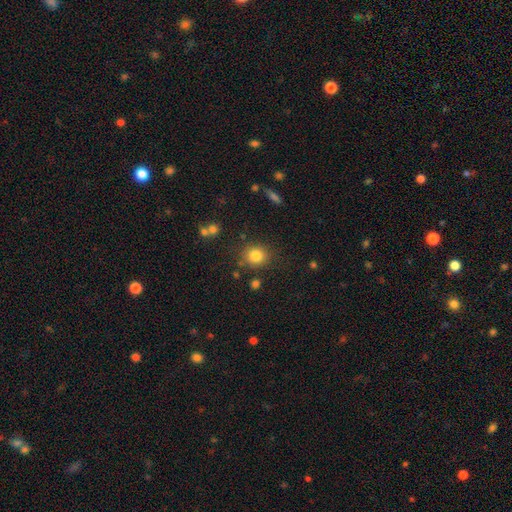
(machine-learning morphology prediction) The model was most divided on "how rounded": round: 82%, in between: 17%, cigar-shaped: 1%. More confident: smooth or featured — smooth (83%); merging — none (81%).